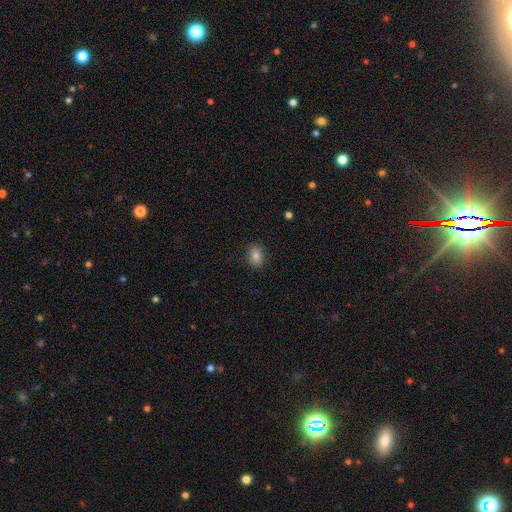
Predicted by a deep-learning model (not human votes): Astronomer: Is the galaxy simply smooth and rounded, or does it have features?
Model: smooth — 84%.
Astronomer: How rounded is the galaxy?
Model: in between — 72%.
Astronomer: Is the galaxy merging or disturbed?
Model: none — 87%.